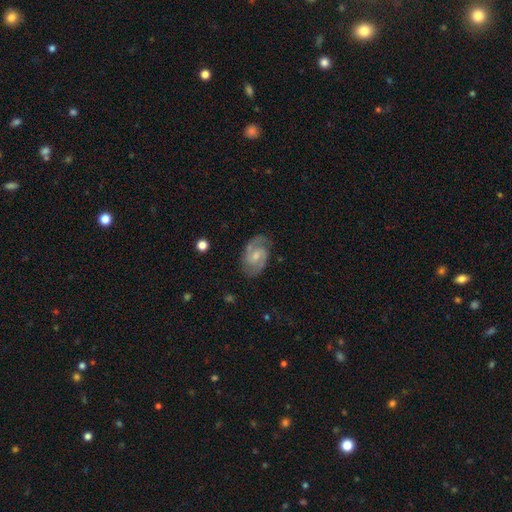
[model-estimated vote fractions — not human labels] featured or disk 85%, smooth 10%, star or artifact 5%. Down the decision tree: edge-on disk — no (97%); bar — weak (51%); spiral arms — yes (96%); spiral arm count — 2 (90%); spiral winding — medium (55%); bulge size — moderate (47%); merging — none (80%).